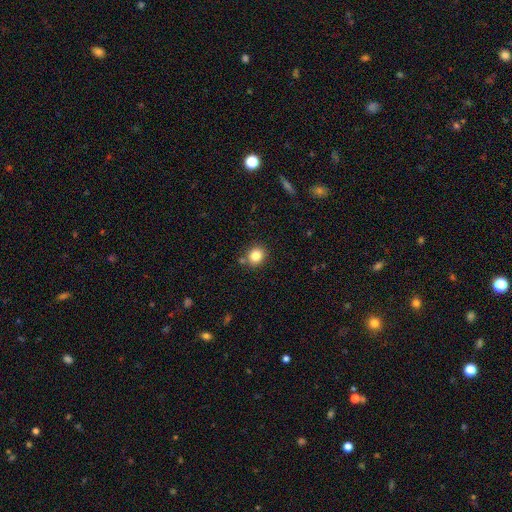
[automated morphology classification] type=smooth (83%); roundness=round (79%); merging=none (81%).